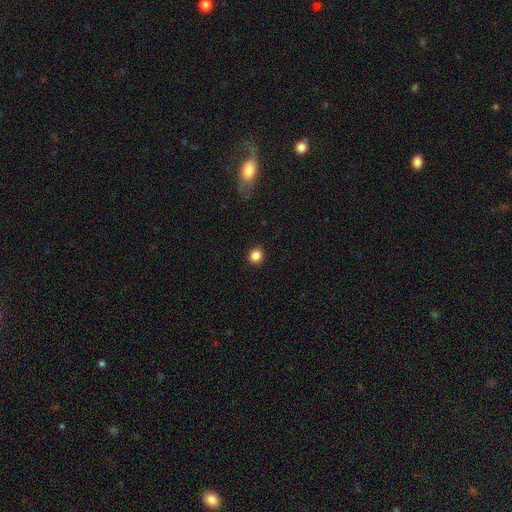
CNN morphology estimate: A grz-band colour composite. It shows a smooth galaxy with no disk features (85%) that is round (85%). Merging: none (91%).